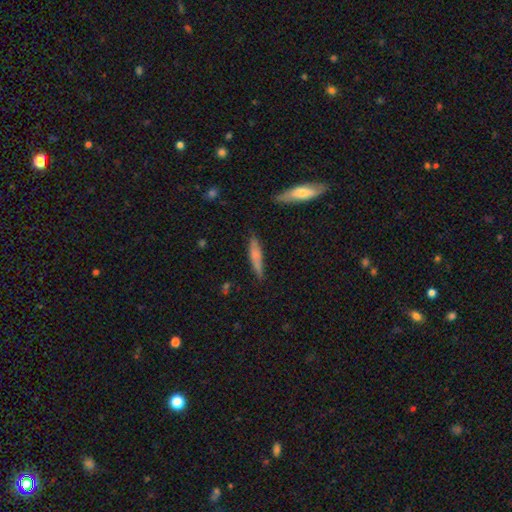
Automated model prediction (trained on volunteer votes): This is likely a smooth galaxy (64%). How rounded: clearly cigar-shaped (88%). Merging: clearly none (80%).